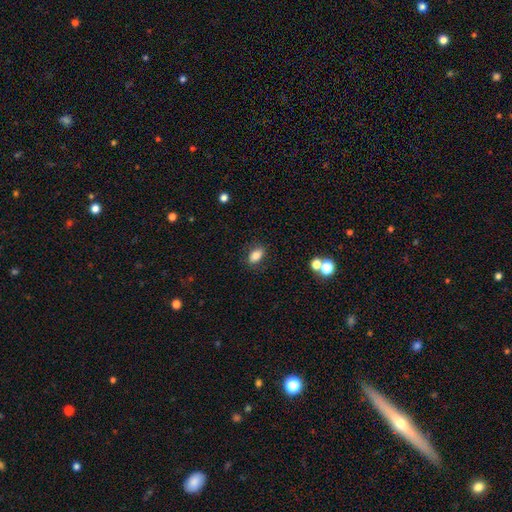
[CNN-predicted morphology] Smooth or featured? Predicted: smooth (p=0.81). How rounded? Predicted: in between (p=0.86). Merging? Predicted: none (p=0.82).